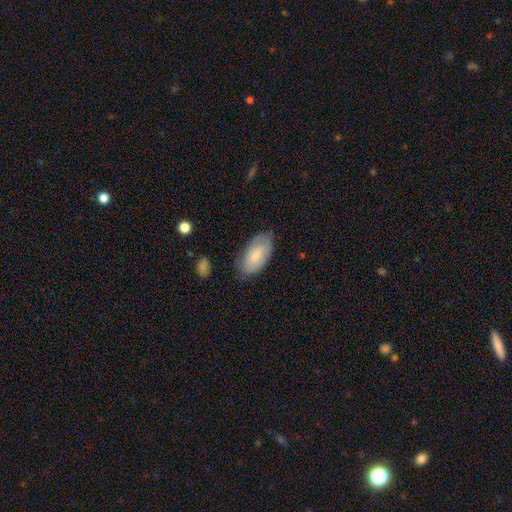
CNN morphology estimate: Smooth or featured? Predicted: smooth (p=0.75). How rounded? Predicted: in between (p=0.94). Merging? Predicted: none (p=0.73).